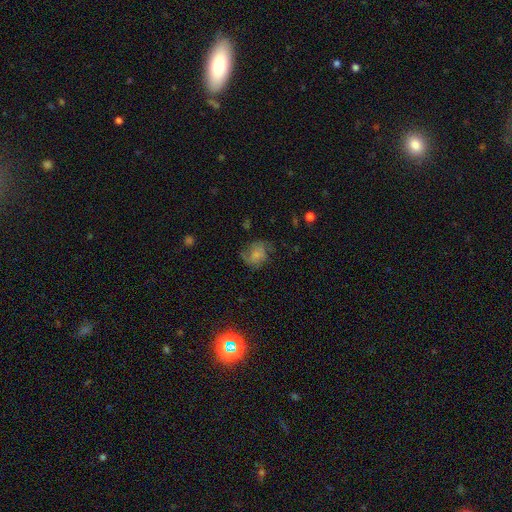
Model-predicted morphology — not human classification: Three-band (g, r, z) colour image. It shows a smooth galaxy with no disk features (41%). Merging: none (63%).